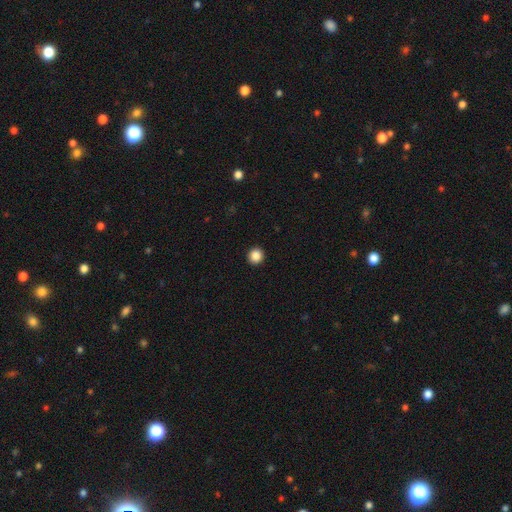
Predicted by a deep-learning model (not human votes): The model was most divided on "smooth or featured": smooth: 87%, star or artifact: 10%, featured or disk: 3%. More confident: how rounded — round (95%); merging — none (94%).